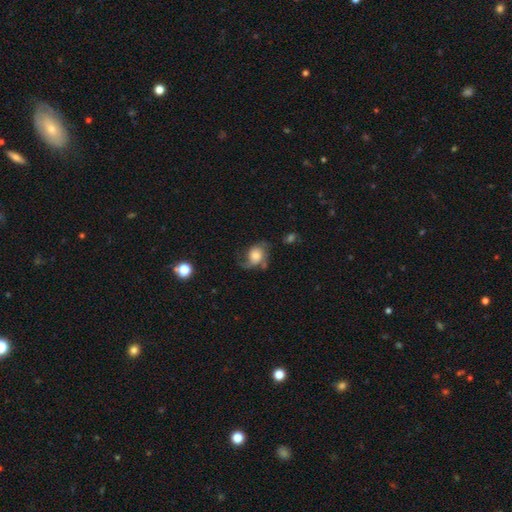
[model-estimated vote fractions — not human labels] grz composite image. It shows a featured or disk galaxy (54%) with no bar (73%), spiral arms (87%) and a large central bulge (39%). Merging: none (44%).